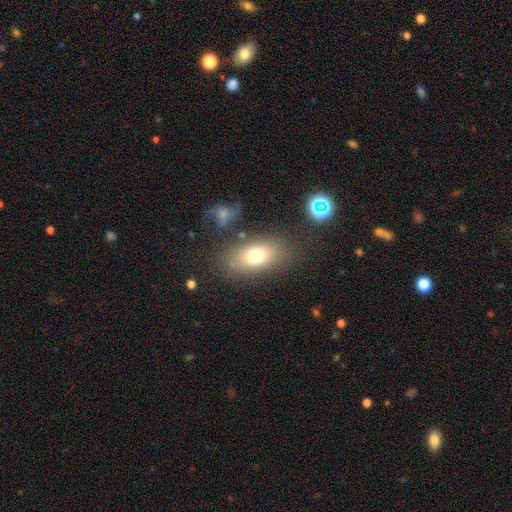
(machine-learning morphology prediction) Q: Smooth or featured?
A: smooth (72%); runner-up: featured or disk (18%)
Q: How rounded?
A: in between (84%); runner-up: round (12%)
Q: Merging?
A: none (75%); runner-up: minor disturbance (13%)